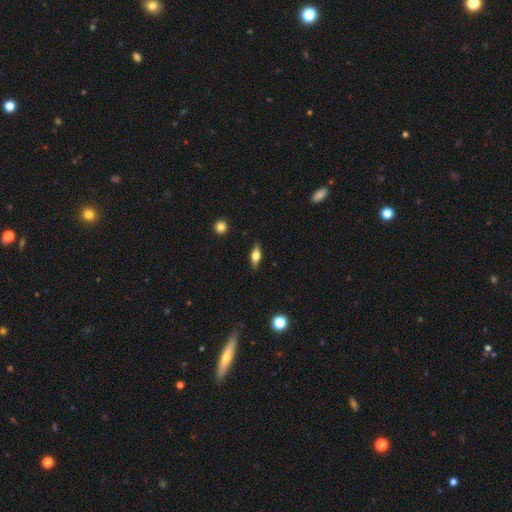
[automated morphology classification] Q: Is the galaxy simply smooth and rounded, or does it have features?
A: smooth — 55%.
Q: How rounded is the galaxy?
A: in between — 69%.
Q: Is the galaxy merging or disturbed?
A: none — 86%.